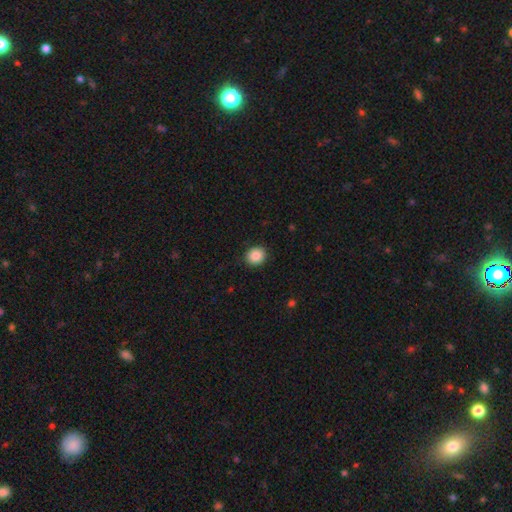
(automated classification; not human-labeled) A smooth galaxy with no disk features (87%) that is round (79%). Merging: none (90%).